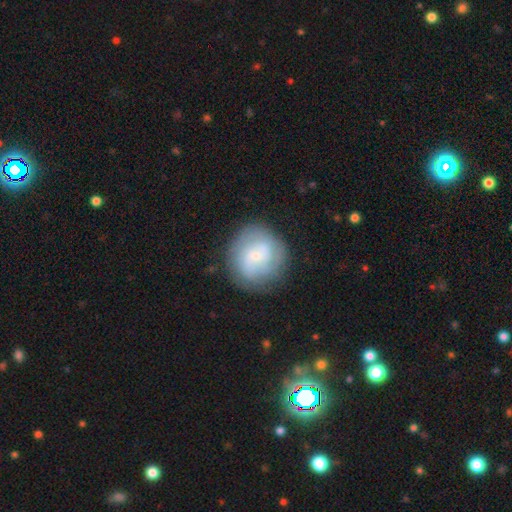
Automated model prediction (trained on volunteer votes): This is possibly a featured or disk galaxy (57%). It is clearly not viewed edge-on (98%). Bar: possibly no (56%). Spiral arm pattern: clearly yes (81%). Central bulge: likely small (72%). Merging: likely none (79%).